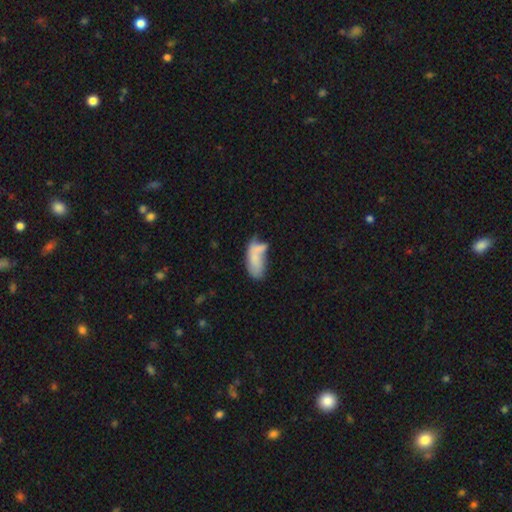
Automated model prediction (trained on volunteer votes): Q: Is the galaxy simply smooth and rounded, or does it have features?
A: smooth — 68%.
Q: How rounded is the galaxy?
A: in between — 83%.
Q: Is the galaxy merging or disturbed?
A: merger — 30%, tied with none.